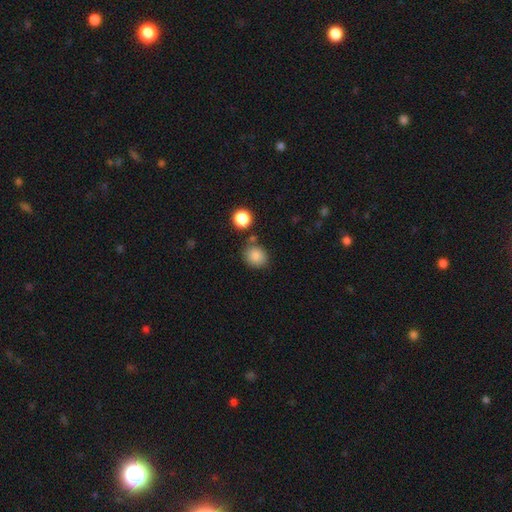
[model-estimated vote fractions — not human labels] smooth-or-featured: smooth: 84% | star or artifact: 10% | featured or disk: 5%
  how-rounded: round: 66% | in between: 33% | cigar-shaped: 1%
  merging: none: 76% | minor disturbance: 12% | merger: 9% | major disturbance: 3%